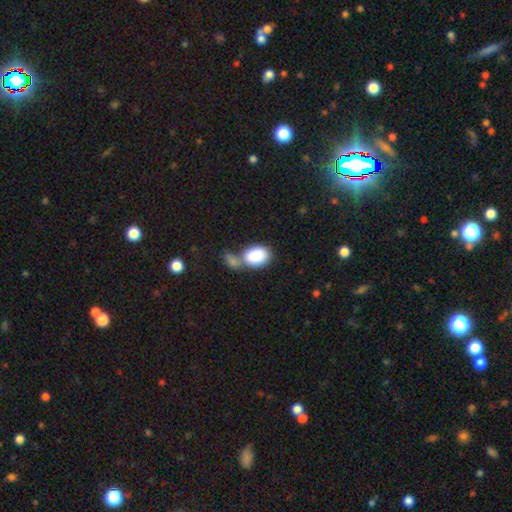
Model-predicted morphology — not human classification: The model was most divided on "merging": merger: 47%, none: 32%, minor disturbance: 13%, major disturbance: 8%. More confident: smooth or featured — smooth (86%); how rounded — in between (82%).